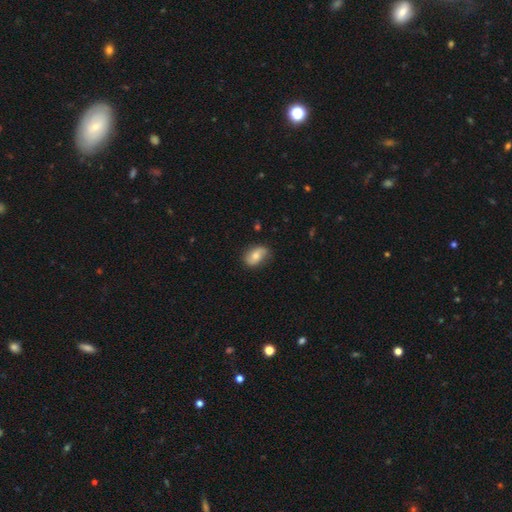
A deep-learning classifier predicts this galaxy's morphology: This is possibly a smooth galaxy (60%). How rounded: clearly in between (86%). Merging: likely none (74%).